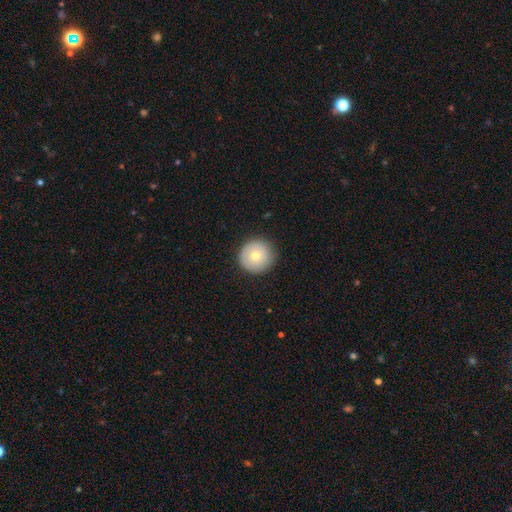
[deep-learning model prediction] Smooth or featured? smooth (70%)
How rounded? round (96%)
Merging? none (88%)